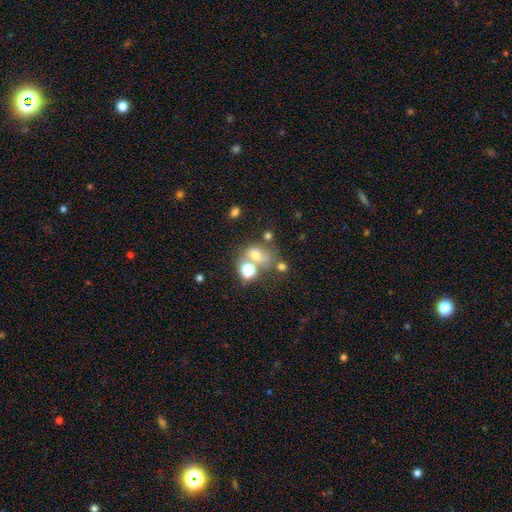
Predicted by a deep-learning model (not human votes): Smooth or featured? smooth (60%)
How rounded? round (54%)
Merging? merger (41%)